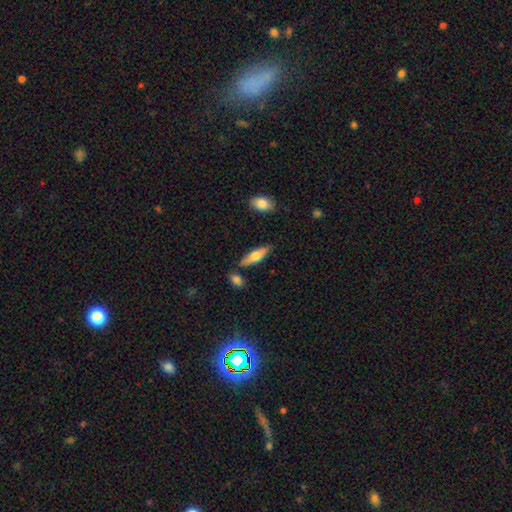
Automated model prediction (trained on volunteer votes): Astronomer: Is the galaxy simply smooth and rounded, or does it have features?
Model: smooth — 59% (runner-up: featured or disk, 35%).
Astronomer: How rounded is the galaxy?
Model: cigar-shaped — 55% (runner-up: in between, 43%).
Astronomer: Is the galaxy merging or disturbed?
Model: none — 79%.